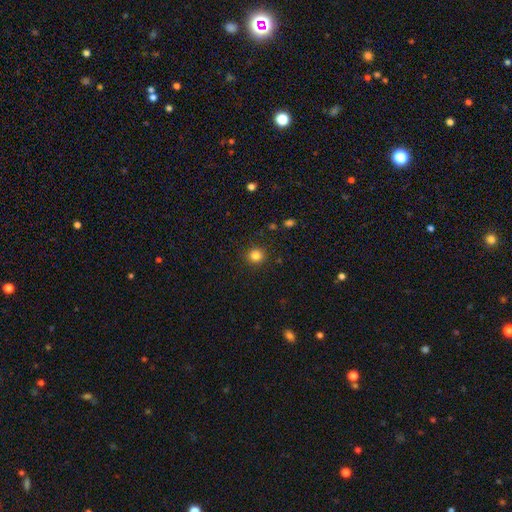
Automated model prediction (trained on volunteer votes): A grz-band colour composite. It shows a smooth galaxy with no disk features (83%) that is round (92%). Merging: none (90%).